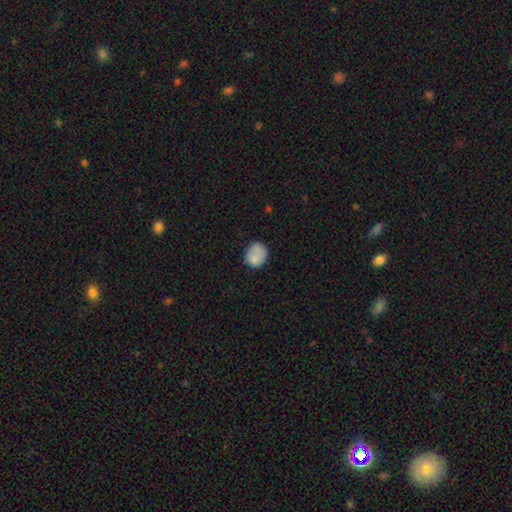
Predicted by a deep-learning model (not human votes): Q: Smooth or featured?
A: smooth (79%); runner-up: featured or disk (12%)
Q: How rounded?
A: round (54%); runner-up: in between (45%)
Q: Merging?
A: none (54%); runner-up: minor disturbance (29%)